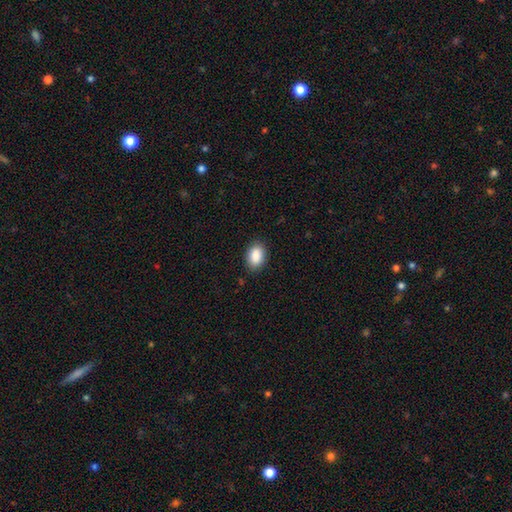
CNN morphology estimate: Q: Smooth or featured?
A: smooth (89%); runner-up: star or artifact (7%)
Q: How rounded?
A: in between (86%); runner-up: round (13%)
Q: Merging?
A: none (87%); runner-up: minor disturbance (10%)